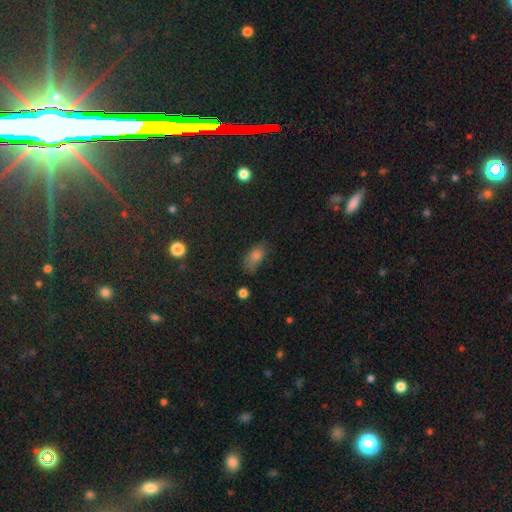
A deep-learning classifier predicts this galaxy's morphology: smooth_or_featured: smooth (p=0.69) [alt: star or artifact p=0.17]
how_rounded: in between (p=0.84) [alt: round p=0.09]
merging: none (p=0.60) [alt: minor disturbance p=0.28]